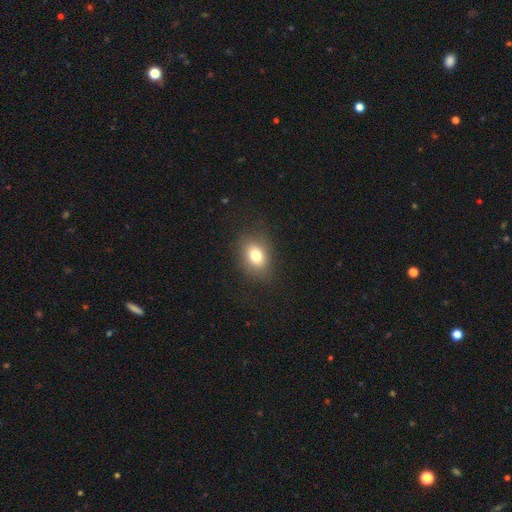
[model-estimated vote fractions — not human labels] Q: Smooth or featured?
A: smooth (77%); runner-up: star or artifact (12%)
Q: How rounded?
A: in between (64%); runner-up: round (35%)
Q: Merging?
A: none (83%); runner-up: minor disturbance (11%)